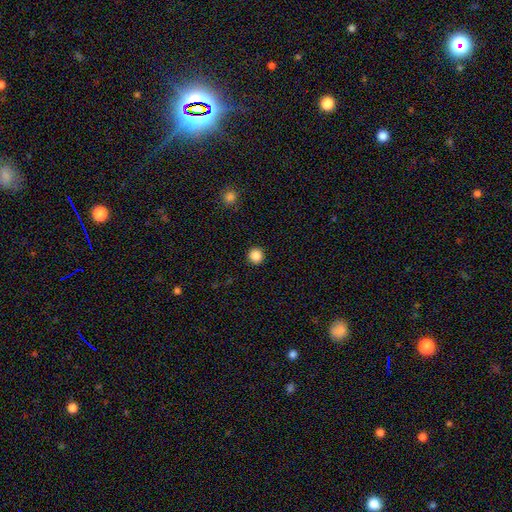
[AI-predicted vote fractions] A smooth galaxy with no disk features (87%) that is round (95%). Merging: none (93%).